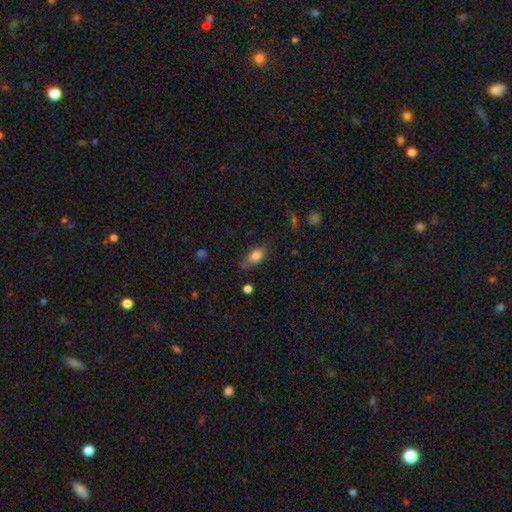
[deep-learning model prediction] This appears to be a smooth galaxy with no disk features (81%) that is in between round and cigar-shaped (85%). Merging: none (67%).